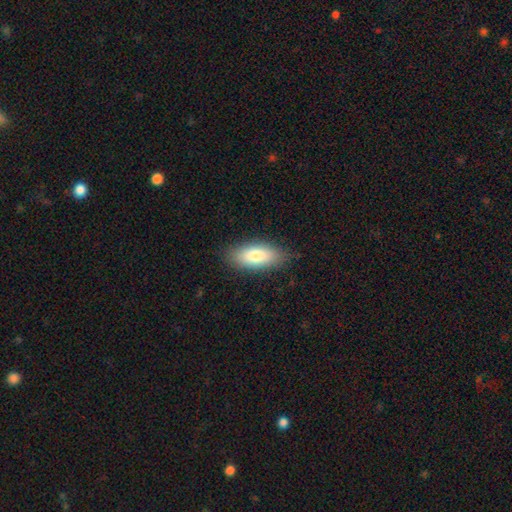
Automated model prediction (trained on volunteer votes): The model was most divided on "smooth or featured": smooth: 80%, featured or disk: 13%, star or artifact: 7%. More confident: merging — none (86%); how rounded — in between (82%).